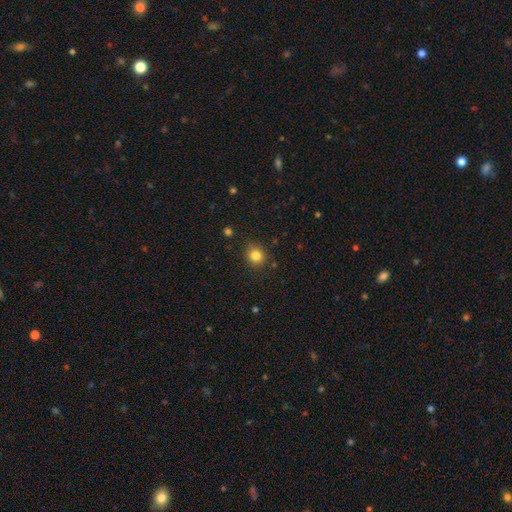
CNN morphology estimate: smooth 83%, star or artifact 12%, featured or disk 5%. Down the decision tree: how rounded — round (85%); merging — none (87%).